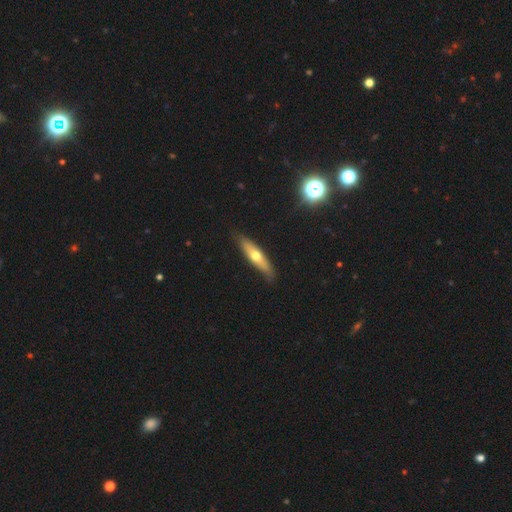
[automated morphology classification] smooth-or-featured: smooth: 50% | featured or disk: 45% | star or artifact: 6%
  merging: none: 85% | minor disturbance: 12% | major disturbance: 2% | merger: 1%